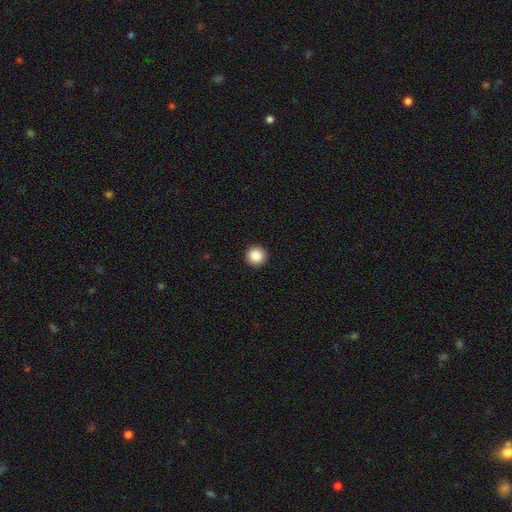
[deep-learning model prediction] This is clearly a smooth galaxy (88%). How rounded: clearly round (95%). Merging: clearly none (93%).